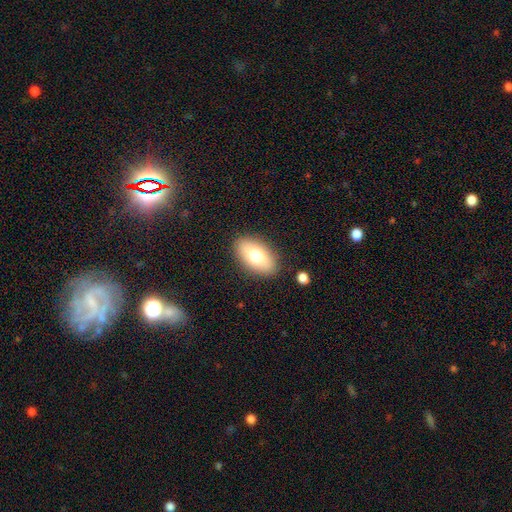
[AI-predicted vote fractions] The model was most divided on "smooth or featured": smooth: 71%, featured or disk: 21%, star or artifact: 8%. More confident: how rounded — in between (92%); merging — none (86%).